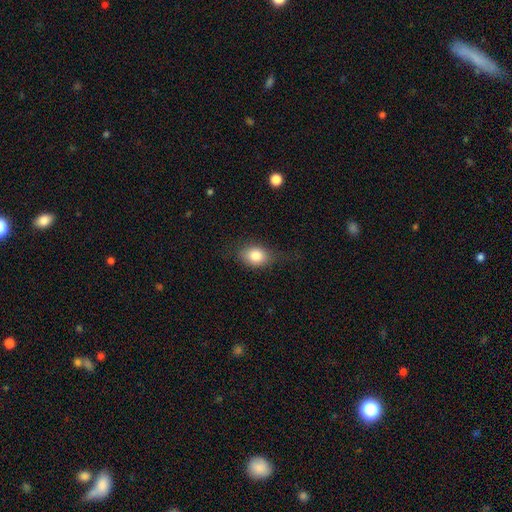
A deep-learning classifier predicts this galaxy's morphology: smooth-or-featured: smooth: 80% | featured or disk: 11% | star or artifact: 9%
  how-rounded: in between: 68% | round: 31% | cigar-shaped: 2%
  merging: none: 67% | minor disturbance: 22% | major disturbance: 9% | merger: 1%